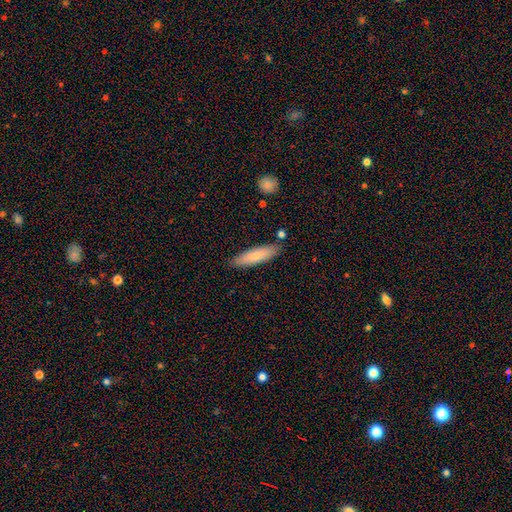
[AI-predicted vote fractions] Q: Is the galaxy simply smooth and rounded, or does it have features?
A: smooth — 78%.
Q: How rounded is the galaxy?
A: cigar-shaped — 73%.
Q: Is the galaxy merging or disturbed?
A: none — 85%.